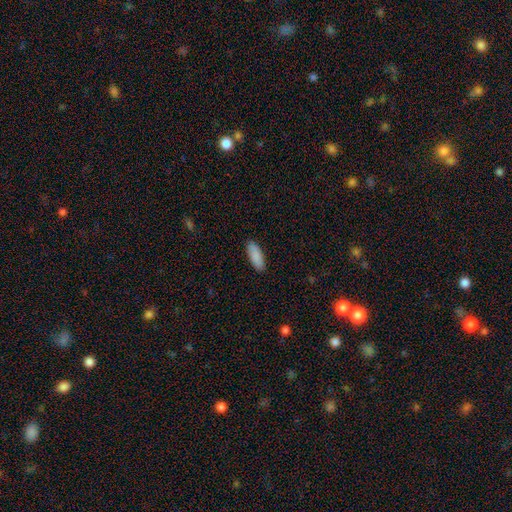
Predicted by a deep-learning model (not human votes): Smooth or featured: smooth — 89% (star or artifact — 6%)
How rounded: in between — 70% (cigar-shaped — 28%)
Merging: none — 90% (minor disturbance — 8%)